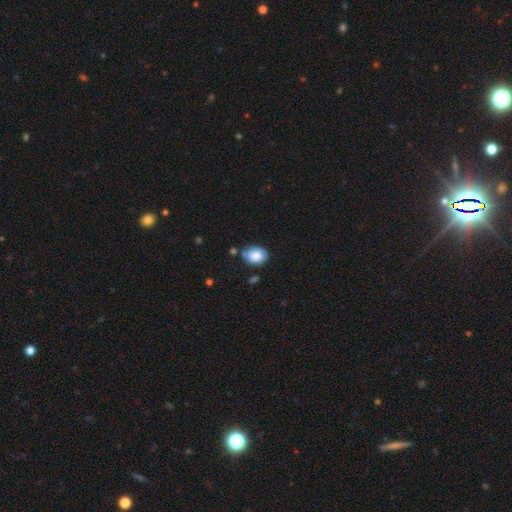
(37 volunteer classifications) Volunteers were most divided on "merging": none: 57%, minor disturbance: 23%, major disturbance: 11%, merger: 9%. More confident: smooth or featured — smooth (81%); how rounded — in between (70%).